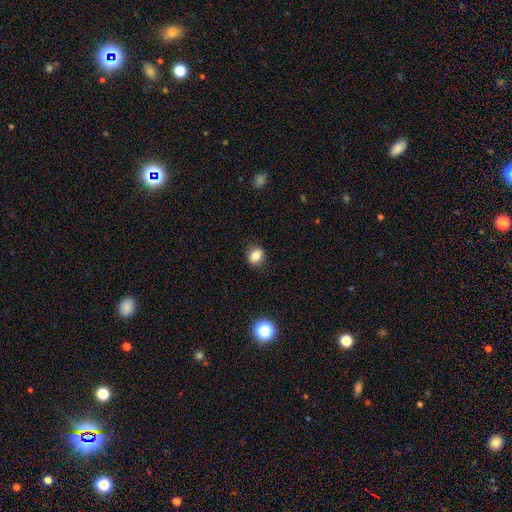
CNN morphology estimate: Q: Smooth or featured?
A: smooth (82%); runner-up: star or artifact (11%)
Q: How rounded?
A: round (53%); runner-up: in between (46%)
Q: Merging?
A: none (84%); runner-up: minor disturbance (12%)